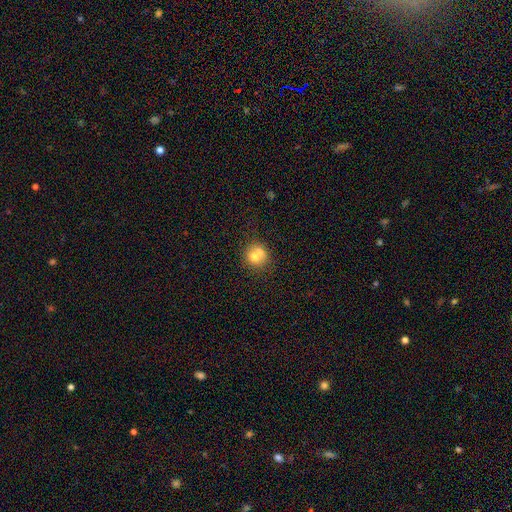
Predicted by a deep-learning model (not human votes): Smooth or featured? smooth (67%)
How rounded? round (84%)
Merging? merger (50%)